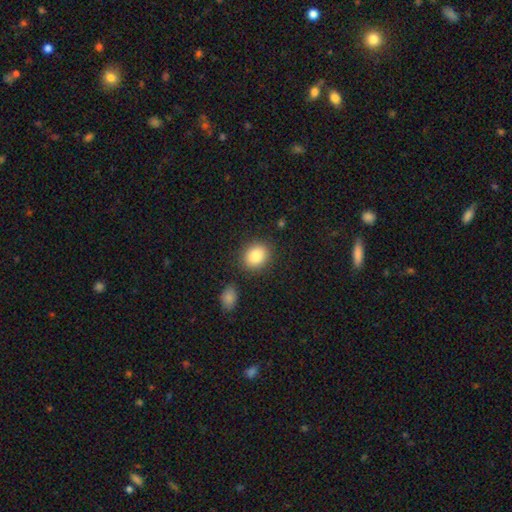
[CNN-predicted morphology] Overall: smooth (85%). How rounded: round (61%; in between 38%). Merging: none (84%).